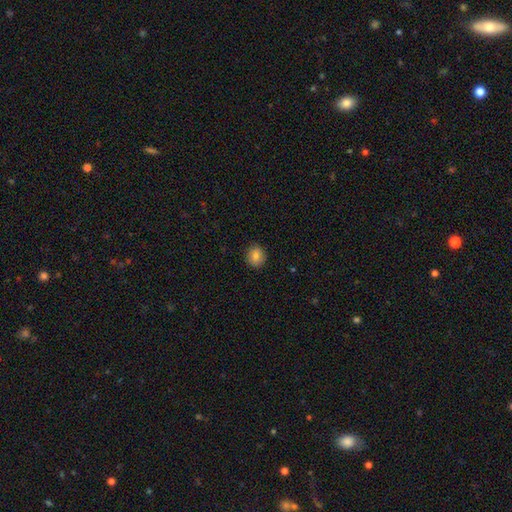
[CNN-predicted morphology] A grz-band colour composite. It shows a smooth galaxy with no disk features (82%) that is round (81%). Merging: none (89%).